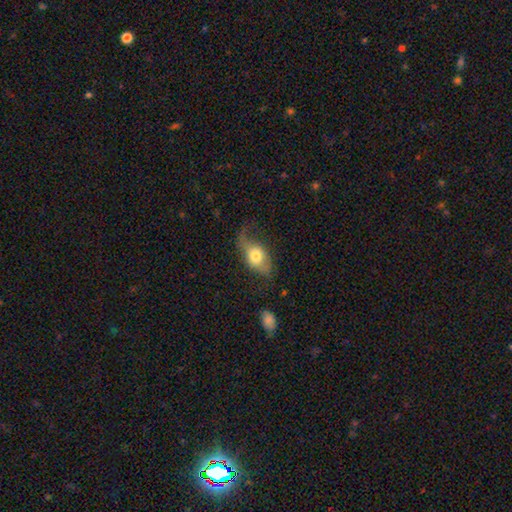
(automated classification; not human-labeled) A smooth galaxy with no disk features (60%) that is in between round and cigar-shaped (84%).

Vote fractions:
- Smooth or featured? smooth: 60% / featured or disk: 33% / star or artifact: 7%
- How rounded? in between: 84% / round: 12% / cigar-shaped: 4%
- Merging? none: 40% / minor disturbance: 29% / major disturbance: 28% / merger: 3%